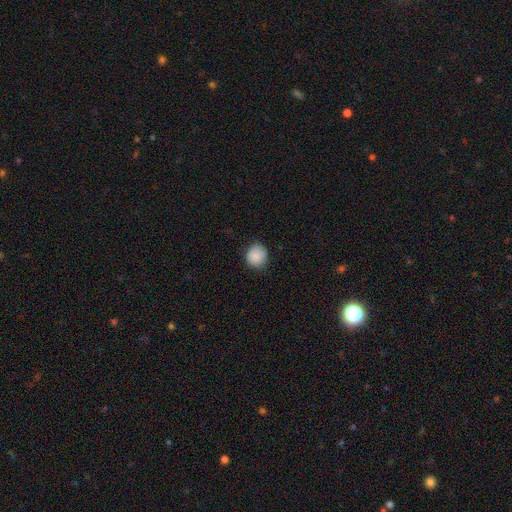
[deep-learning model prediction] Smooth or featured?
  - smooth: 88% *
  - star or artifact: 8%
  - featured or disk: 4%
How rounded?
  - round: 84% *
  - in between: 15%
  - cigar-shaped: 1%
Merging?
  - none: 81% *
  - minor disturbance: 15%
  - major disturbance: 3%
  - merger: 1%